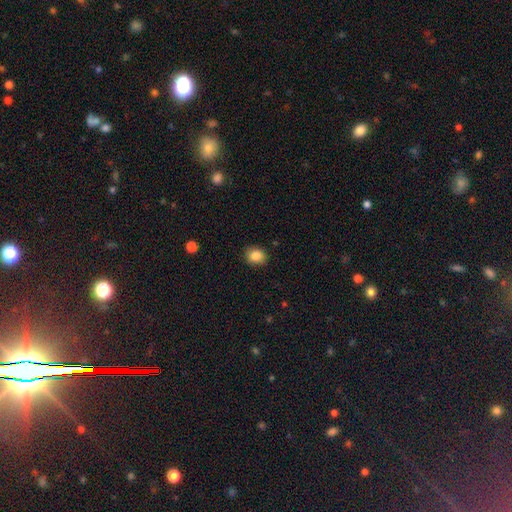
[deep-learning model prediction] A smooth galaxy with no disk features (85%) that is round (64%).

Vote fractions:
- Smooth or featured? smooth: 85% / star or artifact: 10% / featured or disk: 5%
- How rounded? round: 64% / in between: 35% / cigar-shaped: 1%
- Merging? none: 87% / minor disturbance: 9% / major disturbance: 2% / merger: 1%